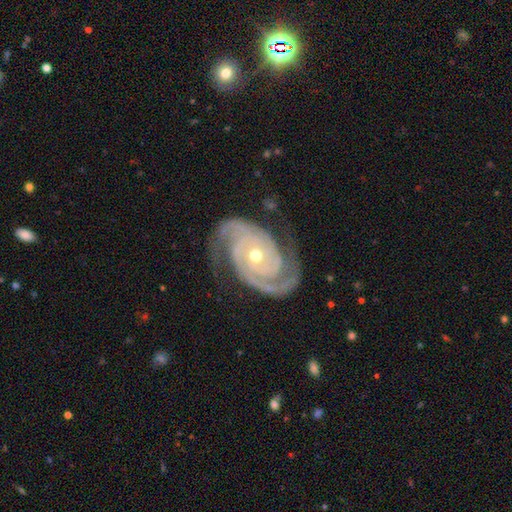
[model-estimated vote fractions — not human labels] This is clearly a featured or disk galaxy (94%). It is clearly not viewed edge-on (98%). Bar: likely no (76%). Spiral arm pattern: clearly yes (99%). Spiral arm count: likely 2 (75%). Spiral winding: likely tight (69%). Central bulge: possibly small (52%). Merging: likely none (77%).